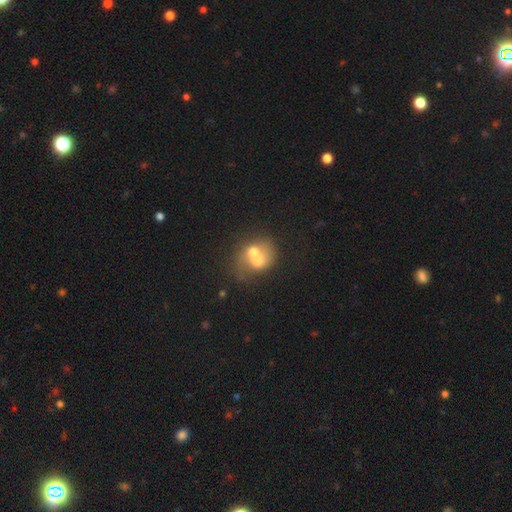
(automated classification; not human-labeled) A smooth galaxy with no disk features (56%) that is round (61%).

Vote fractions:
- Smooth or featured? smooth: 56% / featured or disk: 34% / star or artifact: 10%
- How rounded? round: 61% / in between: 38% / cigar-shaped: 1%
- Merging? merger: 61% / none: 19% / major disturbance: 10% / minor disturbance: 9%